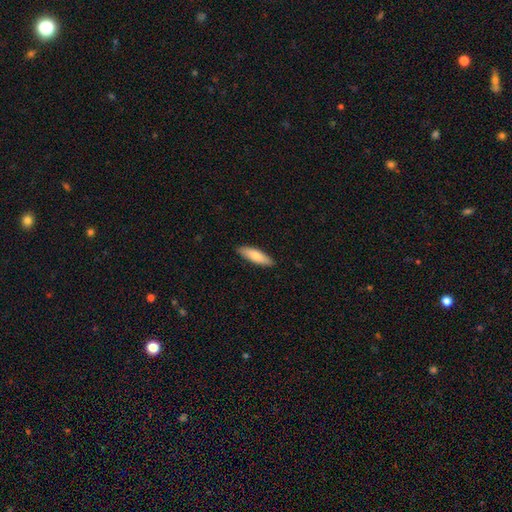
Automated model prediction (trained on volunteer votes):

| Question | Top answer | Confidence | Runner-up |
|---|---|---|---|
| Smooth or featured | smooth | 81% | featured or disk (13%) |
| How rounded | cigar-shaped | 56% | in between (43%) |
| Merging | none | 89% | minor disturbance (8%) |